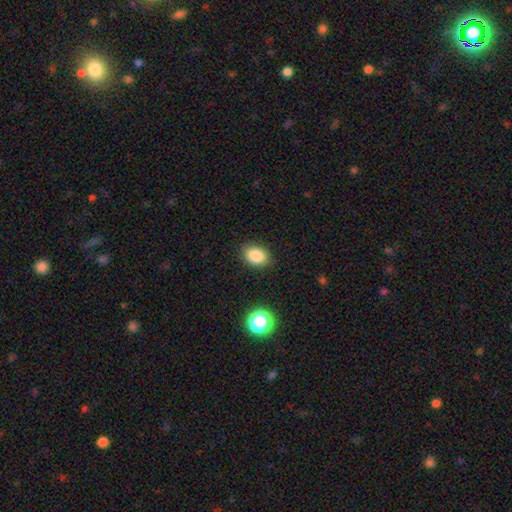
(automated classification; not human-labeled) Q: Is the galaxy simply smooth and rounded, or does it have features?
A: smooth — 86%.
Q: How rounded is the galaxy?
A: in between — 71%.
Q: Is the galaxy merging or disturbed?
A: none — 86%.